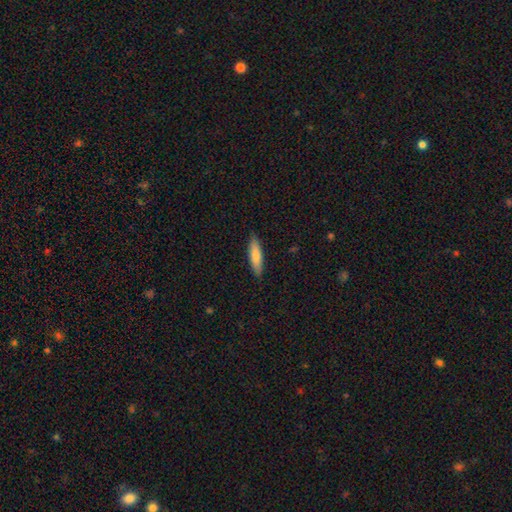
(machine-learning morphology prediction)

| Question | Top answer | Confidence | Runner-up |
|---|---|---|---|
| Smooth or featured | smooth | 78% | featured or disk (17%) |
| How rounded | cigar-shaped | 73% | in between (25%) |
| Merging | none | 88% | minor disturbance (9%) |